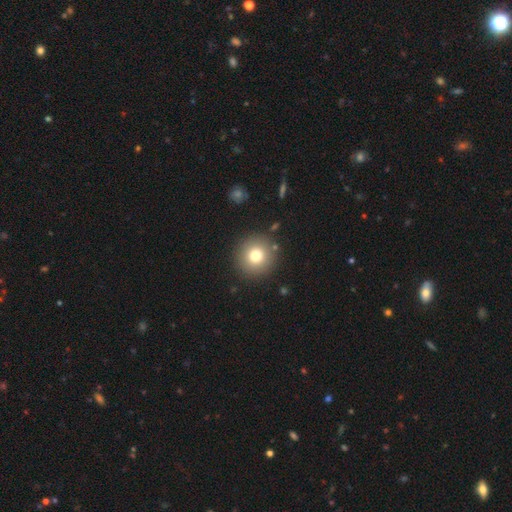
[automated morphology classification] Smooth or featured? Predicted: smooth (p=0.77). How rounded? Predicted: round (p=0.95). Merging? Predicted: none (p=0.89).